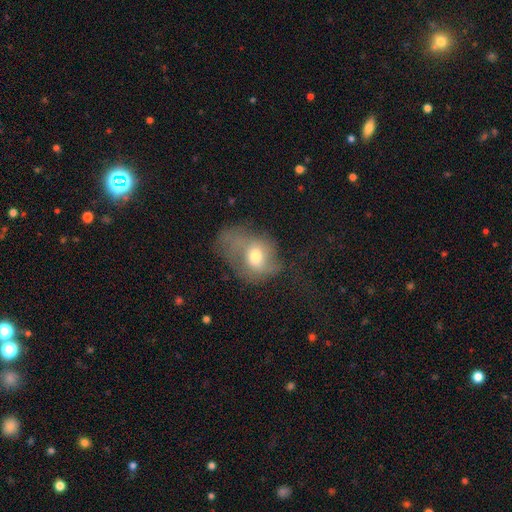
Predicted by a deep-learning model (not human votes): Smooth or featured? Predicted: smooth (p=0.54). How rounded? Predicted: in between (p=0.58). Merging? Predicted: major disturbance (p=0.52).